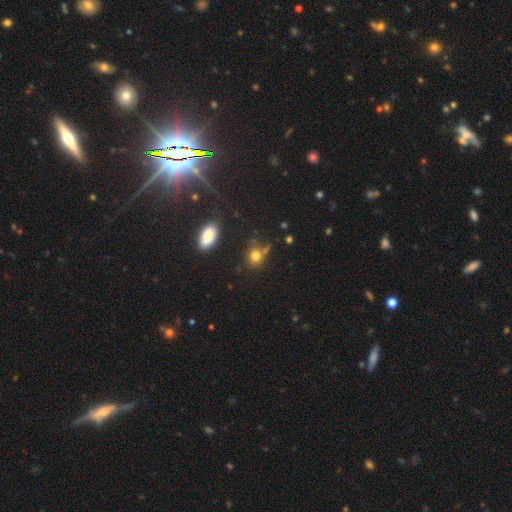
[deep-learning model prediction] Smooth or featured? Predicted: smooth (p=0.79). How rounded? Predicted: round (p=0.67). Merging? Predicted: none (p=0.63).